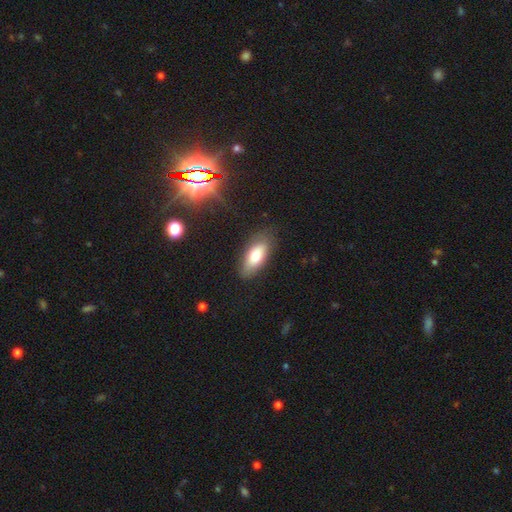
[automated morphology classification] Smooth or featured: smooth — 72% (featured or disk — 20%)
How rounded: in between — 84% (cigar-shaped — 14%)
Merging: none — 80% (minor disturbance — 15%)